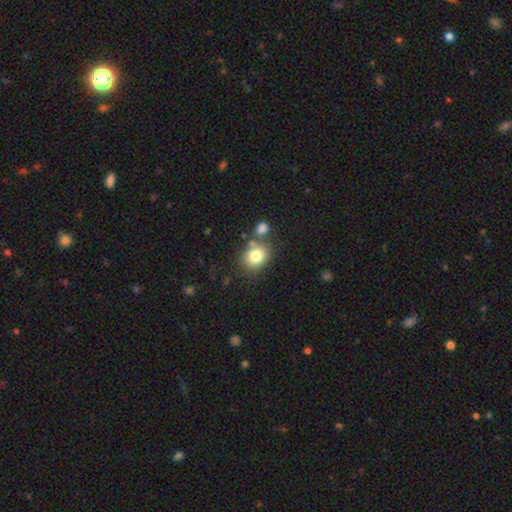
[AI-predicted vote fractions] Q: Smooth or featured?
A: smooth (80%); runner-up: star or artifact (10%)
Q: How rounded?
A: round (60%); runner-up: in between (39%)
Q: Merging?
A: none (64%); runner-up: merger (19%)